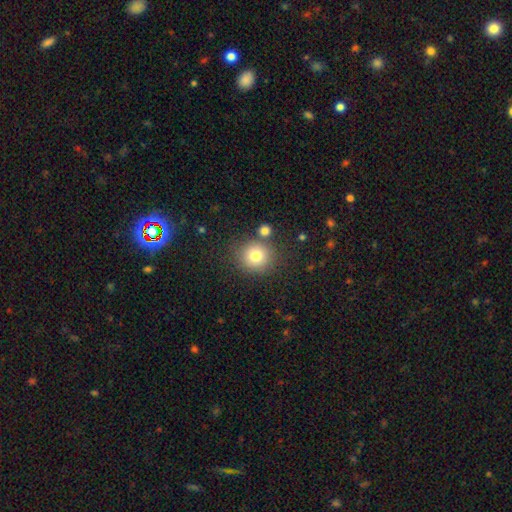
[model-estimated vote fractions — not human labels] smooth 78%, star or artifact 12%, featured or disk 10%. Down the decision tree: how rounded — round (89%); merging — none (77%).